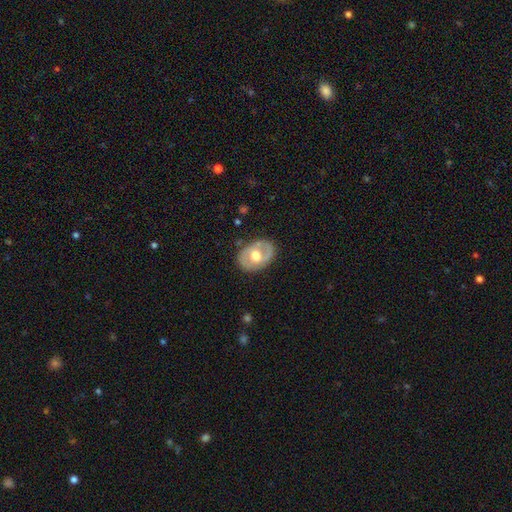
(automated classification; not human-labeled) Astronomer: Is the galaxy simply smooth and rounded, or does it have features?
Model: featured or disk — 58% (runner-up: smooth, 37%).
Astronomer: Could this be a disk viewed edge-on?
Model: no — 93%.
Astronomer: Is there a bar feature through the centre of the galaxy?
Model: no — 66%.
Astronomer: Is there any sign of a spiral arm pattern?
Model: no — 63%.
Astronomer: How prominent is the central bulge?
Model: moderate — 69%.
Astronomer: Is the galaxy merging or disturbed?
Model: none — 79%.